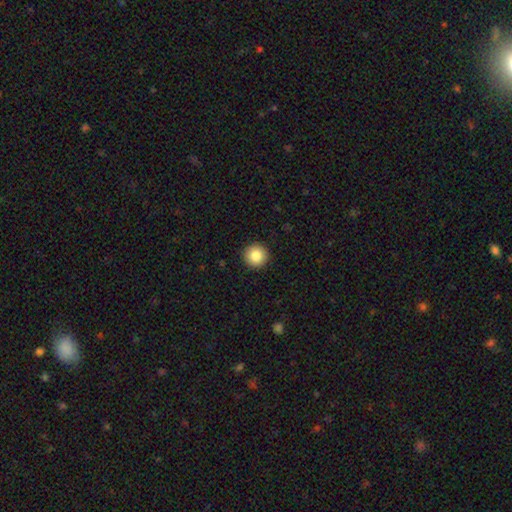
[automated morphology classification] Smooth or featured? Predicted: smooth (p=0.85). How rounded? Predicted: round (p=0.96). Merging? Predicted: none (p=0.93).